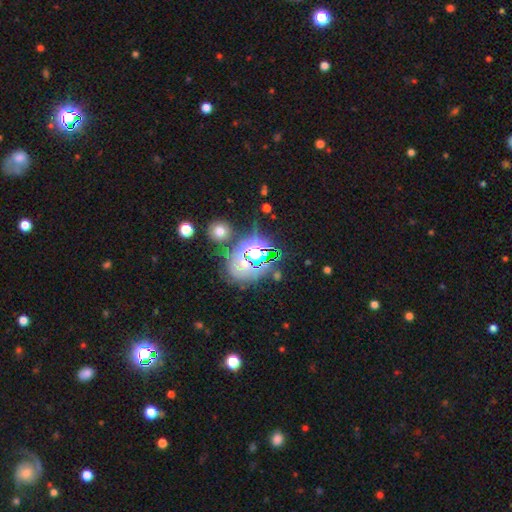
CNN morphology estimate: Smooth or featured? star or artifact (70%)